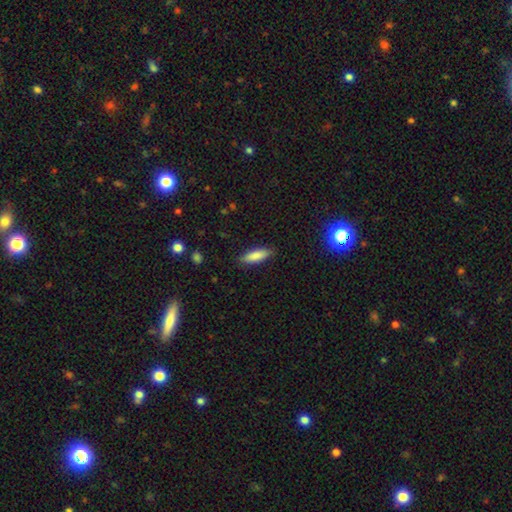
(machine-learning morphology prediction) Smooth or featured? smooth (84%)
How rounded? in between (55%)
Merging? none (86%)